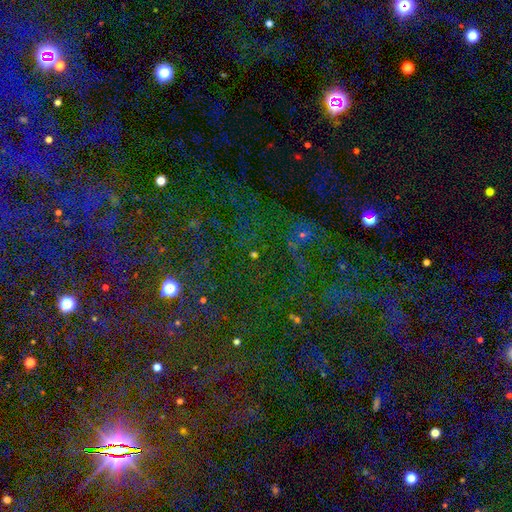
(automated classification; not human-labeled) A star or artifact, not a galaxy (69%).

Vote fractions:
- Smooth or featured? star or artifact: 69% / smooth: 20% / featured or disk: 10%